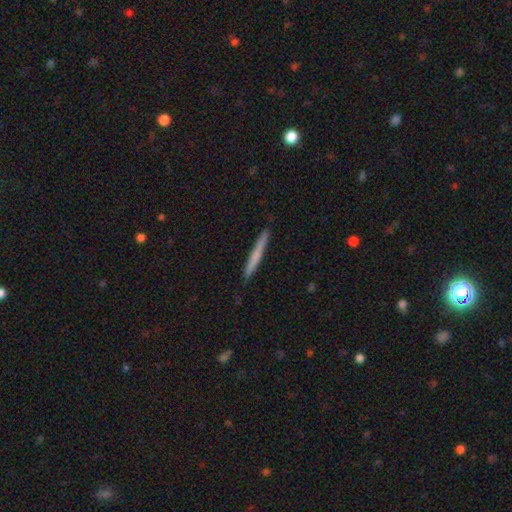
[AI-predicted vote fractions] Morphology: type=smooth (64%); roundness=cigar-shaped (97%); merging=none (91%).